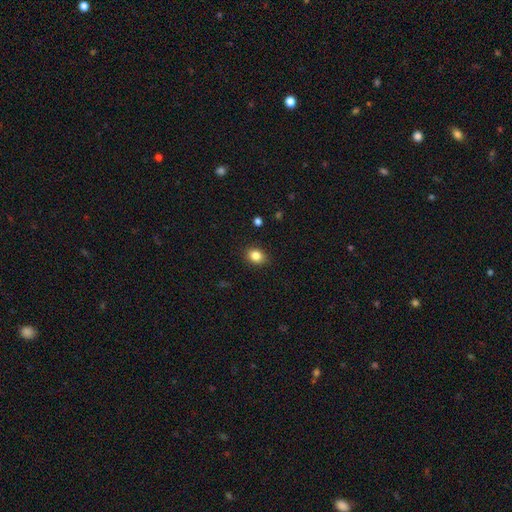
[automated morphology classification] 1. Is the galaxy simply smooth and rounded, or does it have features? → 85% smooth, 10% star or artifact, 5% featured or disk.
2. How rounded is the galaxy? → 54% in between, 45% round, 1% cigar-shaped.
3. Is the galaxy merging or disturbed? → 88% none, 8% minor disturbance, 2% major disturbance, 1% merger.